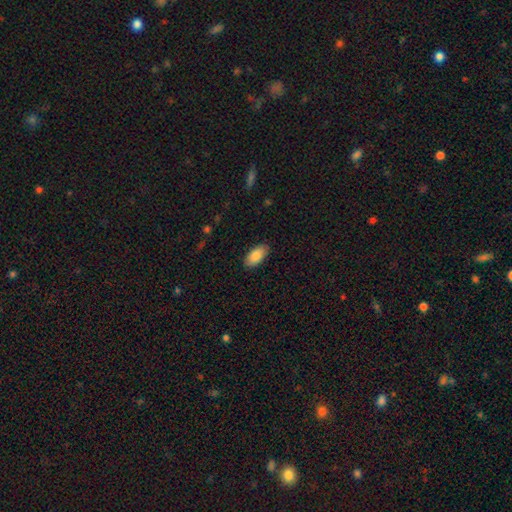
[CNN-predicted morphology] This appears to be a smooth galaxy with no disk features (87%) that is in between round and cigar-shaped (94%). Merging: none (88%).